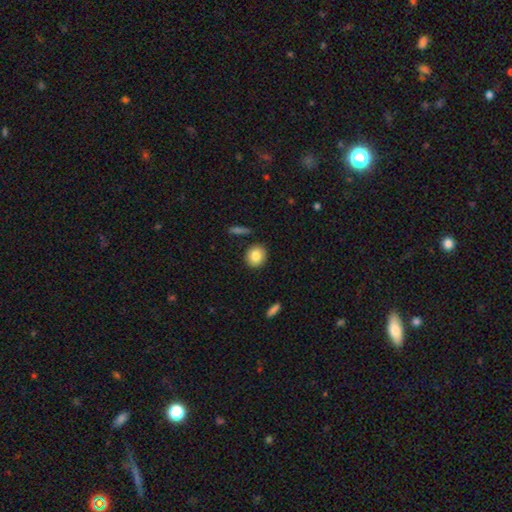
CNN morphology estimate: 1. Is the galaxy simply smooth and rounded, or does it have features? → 85% smooth, 8% star or artifact, 7% featured or disk.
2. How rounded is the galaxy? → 79% round, 20% in between, 1% cigar-shaped.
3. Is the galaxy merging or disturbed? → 88% none, 8% minor disturbance, 2% merger, 2% major disturbance.